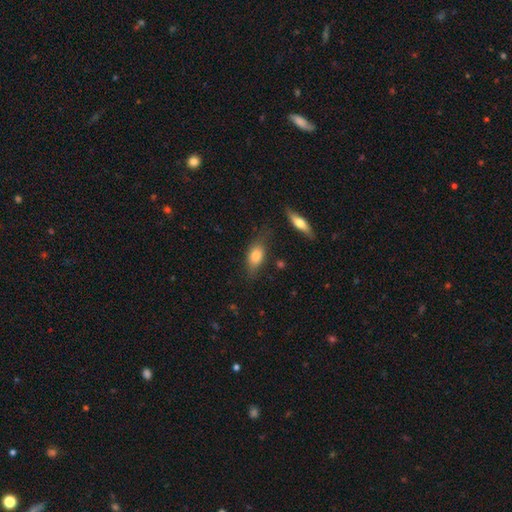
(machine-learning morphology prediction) Overall: smooth (76%). How rounded: in between (80%). Merging: none (65%).